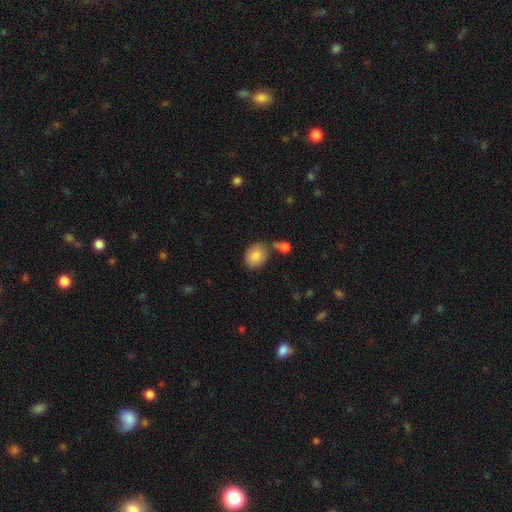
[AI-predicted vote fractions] The model was most divided on "how rounded": in between: 56%, round: 43%, cigar-shaped: 1%. More confident: smooth or featured — smooth (85%); merging — none (66%).